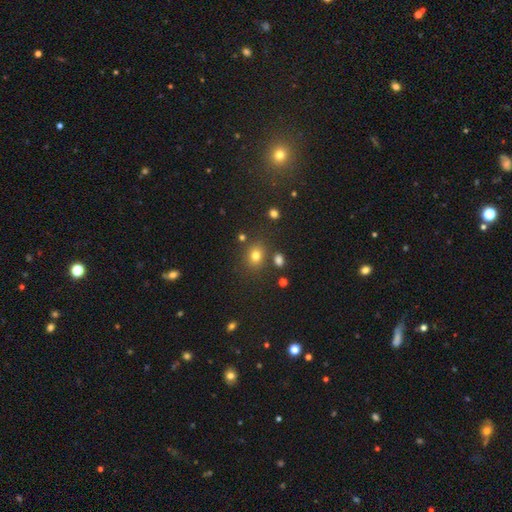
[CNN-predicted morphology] Smooth or featured? smooth (75%)
How rounded? round (62%)
Merging? none (77%)